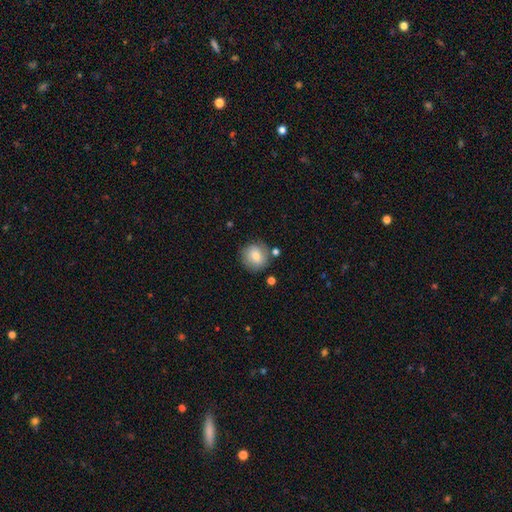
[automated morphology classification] Smooth or featured? Predicted: smooth (p=0.74). How rounded? Predicted: round (p=0.89). Merging? Predicted: none (p=0.77).